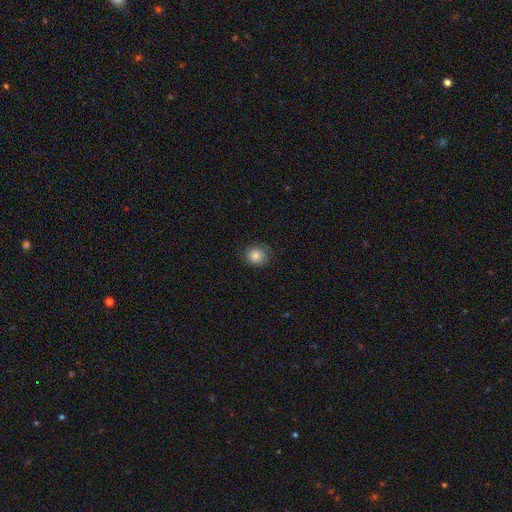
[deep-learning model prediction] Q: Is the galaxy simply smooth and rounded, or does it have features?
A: smooth — 84%.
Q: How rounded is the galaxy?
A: round — 86%.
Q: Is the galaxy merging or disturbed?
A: none — 81%.